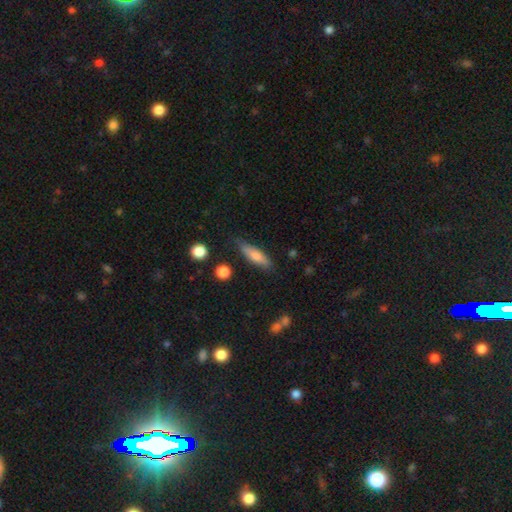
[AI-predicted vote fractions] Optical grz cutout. It shows a smooth galaxy with no disk features (70%) that is cigar-shaped (63%). Merging: none (78%).